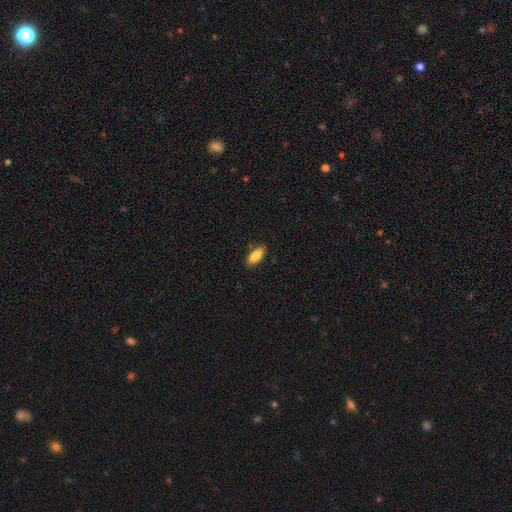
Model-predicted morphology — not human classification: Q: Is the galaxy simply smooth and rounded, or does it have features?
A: smooth — 87%.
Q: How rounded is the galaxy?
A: in between — 86%.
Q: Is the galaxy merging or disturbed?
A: none — 86%.